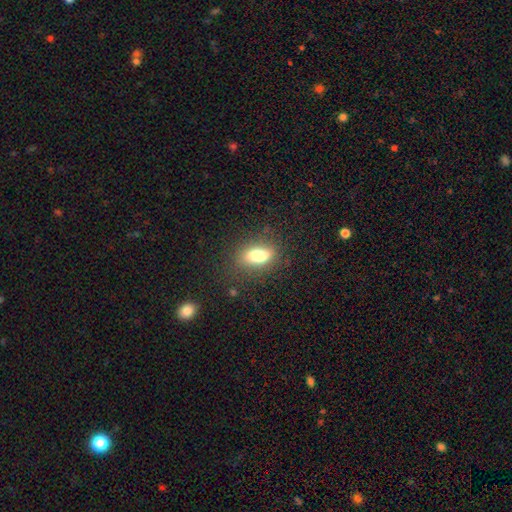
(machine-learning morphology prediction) Smooth or featured? smooth (77%)
How rounded? in between (82%)
Merging? none (76%)